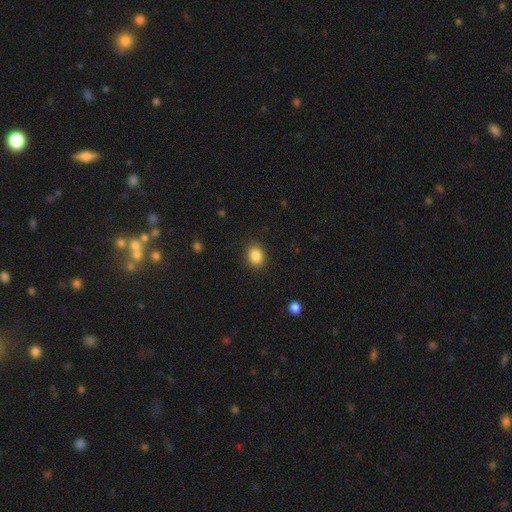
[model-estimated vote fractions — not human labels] This is clearly a smooth galaxy (86%). How rounded: possibly round (56%). Merging: clearly none (88%).